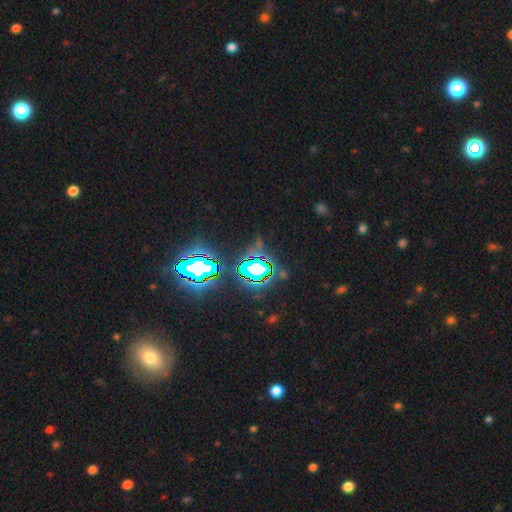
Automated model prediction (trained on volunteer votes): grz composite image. It shows a star or artifact, not a galaxy (81%).